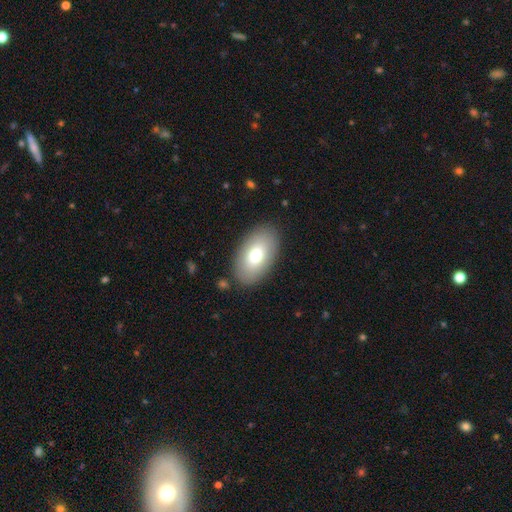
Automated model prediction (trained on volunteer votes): Q: Smooth or featured?
A: smooth (73%); runner-up: featured or disk (19%)
Q: How rounded?
A: in between (93%); runner-up: round (5%)
Q: Merging?
A: none (87%); runner-up: minor disturbance (9%)